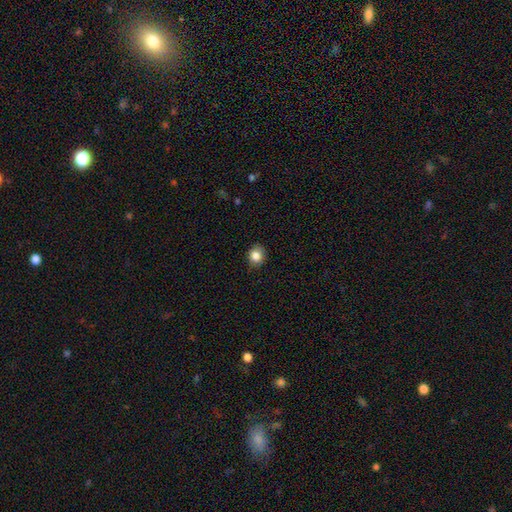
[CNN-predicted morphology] Overall: smooth (84%). How rounded: round (73%). Merging: none (84%).